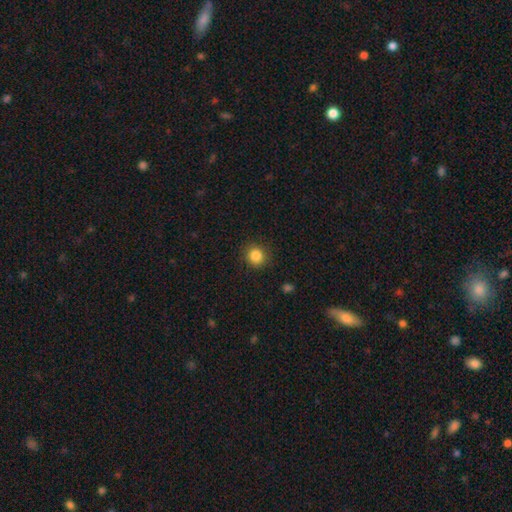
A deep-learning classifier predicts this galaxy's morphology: Q: Smooth or featured?
A: smooth (85%); runner-up: star or artifact (11%)
Q: How rounded?
A: round (88%); runner-up: in between (11%)
Q: Merging?
A: none (89%); runner-up: minor disturbance (7%)